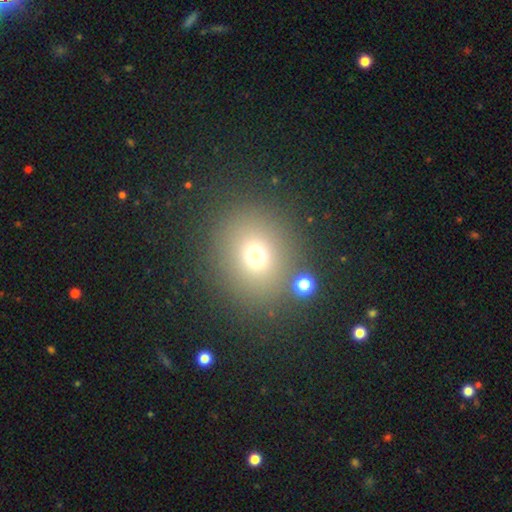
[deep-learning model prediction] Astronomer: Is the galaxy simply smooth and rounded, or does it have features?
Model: smooth — 71%.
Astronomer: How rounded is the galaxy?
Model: round — 76%.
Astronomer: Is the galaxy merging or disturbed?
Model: none — 81%.